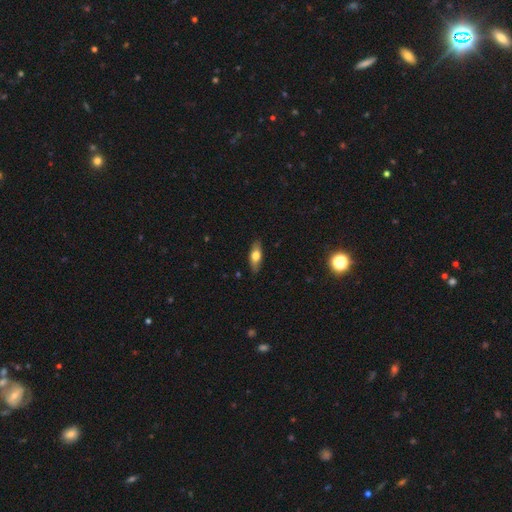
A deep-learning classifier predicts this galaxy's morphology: A smooth galaxy with no disk features (63%) that is in between round and cigar-shaped (67%). Merging: none (87%).